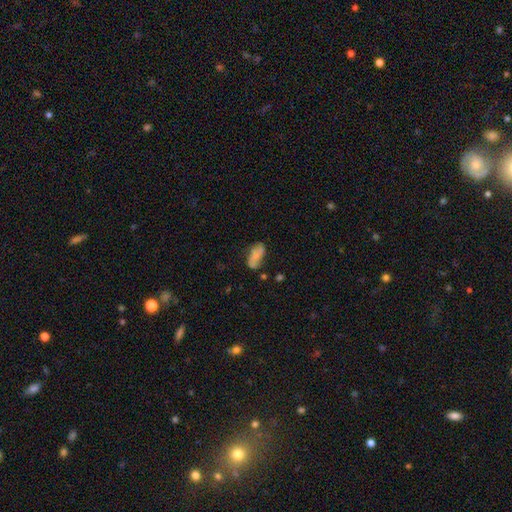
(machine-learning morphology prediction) Smooth or featured? Predicted: smooth (p=0.66). How rounded? Predicted: in between (p=0.87). Merging? Predicted: none (p=0.53).